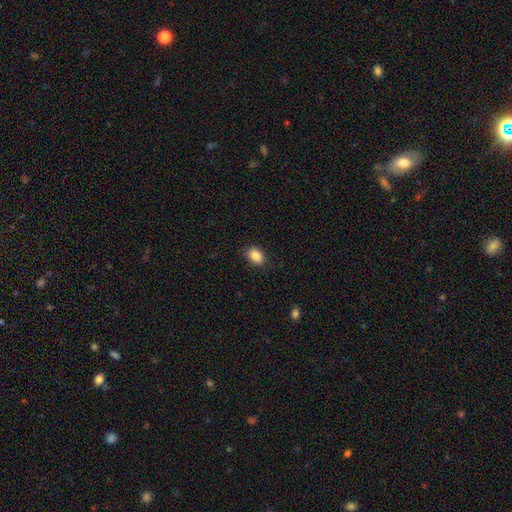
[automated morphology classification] Smooth or featured: smooth — 87% (star or artifact — 8%)
How rounded: in between — 80% (round — 19%)
Merging: none — 87% (minor disturbance — 10%)